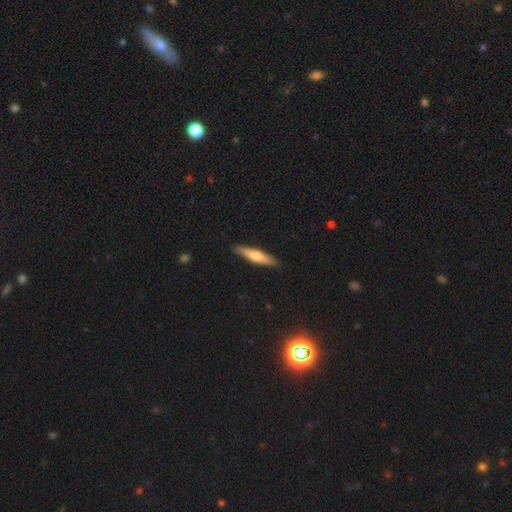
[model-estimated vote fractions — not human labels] Smooth or featured: smooth — 62% (featured or disk — 33%)
How rounded: cigar-shaped — 84% (in between — 14%)
Merging: none — 89% (minor disturbance — 8%)